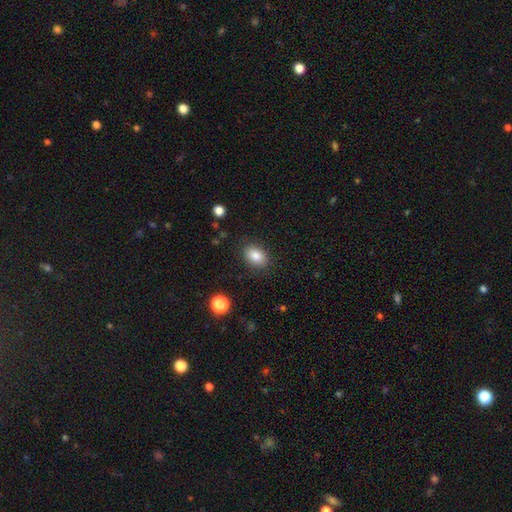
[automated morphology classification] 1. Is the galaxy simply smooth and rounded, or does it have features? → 84% smooth, 9% star or artifact, 7% featured or disk.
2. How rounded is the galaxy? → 81% in between, 18% round, 1% cigar-shaped.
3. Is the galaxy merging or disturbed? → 85% none, 10% minor disturbance, 3% major disturbance, 1% merger.